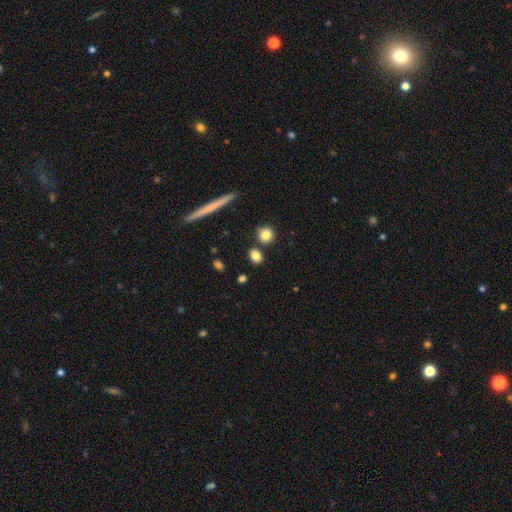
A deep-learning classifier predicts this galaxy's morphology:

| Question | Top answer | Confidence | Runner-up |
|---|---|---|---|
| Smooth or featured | smooth | 83% | star or artifact (10%) |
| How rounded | in between | 48% | round (47%) |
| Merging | none | 78% | merger (10%) |